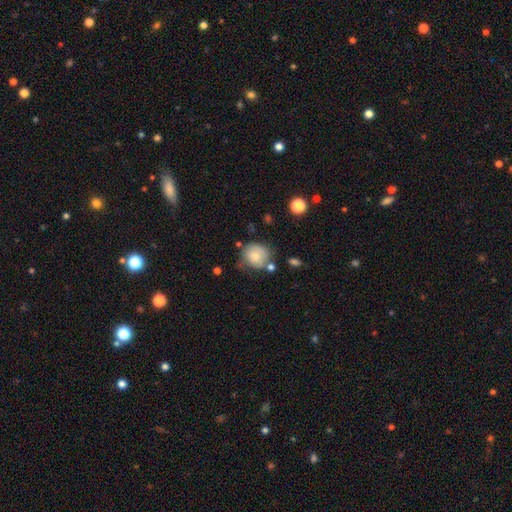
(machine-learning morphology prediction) smooth_or_featured: smooth (p=0.73) [alt: featured or disk p=0.18]
how_rounded: round (p=0.79) [alt: in between p=0.20]
merging: none (p=0.54) [alt: minor disturbance p=0.27]